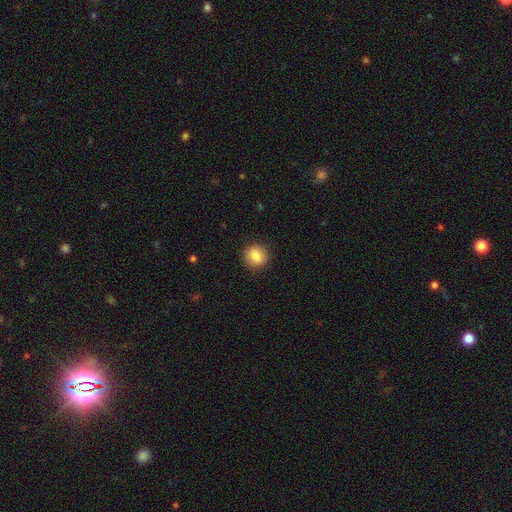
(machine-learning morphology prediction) Smooth or featured: smooth — 86% (star or artifact — 9%)
How rounded: round — 89% (in between — 10%)
Merging: none — 90% (minor disturbance — 6%)